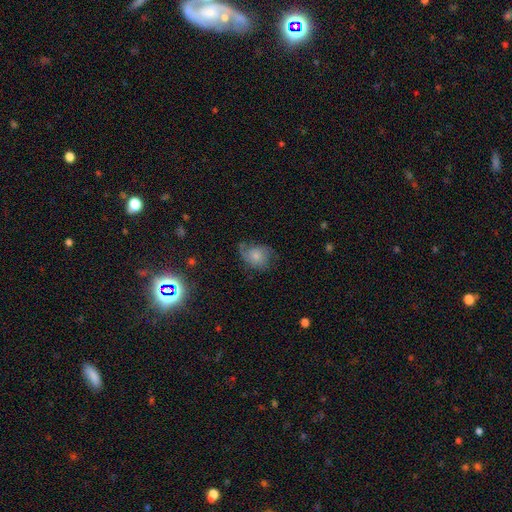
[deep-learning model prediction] This is possibly a smooth galaxy (56%). How rounded: possibly in between (50%). Merging: marginally none (42%).